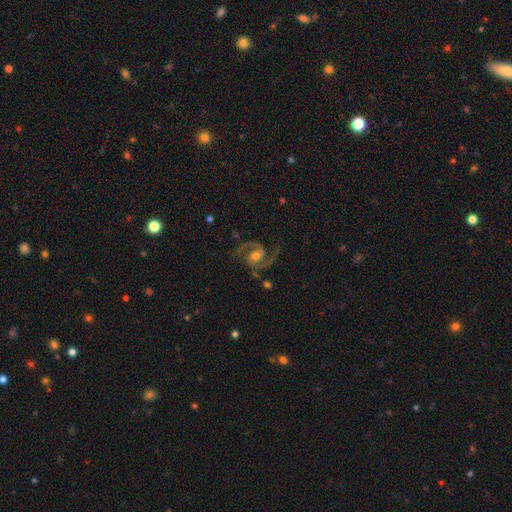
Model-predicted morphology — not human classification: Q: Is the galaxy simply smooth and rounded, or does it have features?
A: featured or disk — 92%.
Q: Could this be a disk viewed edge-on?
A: no — 98%.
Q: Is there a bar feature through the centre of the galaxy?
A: no — 51%.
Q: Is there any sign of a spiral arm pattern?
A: yes — 98%.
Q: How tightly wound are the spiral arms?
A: medium — 66%.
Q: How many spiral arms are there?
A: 2 — 92%.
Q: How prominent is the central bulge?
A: moderate — 66%.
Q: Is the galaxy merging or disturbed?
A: none — 80%.